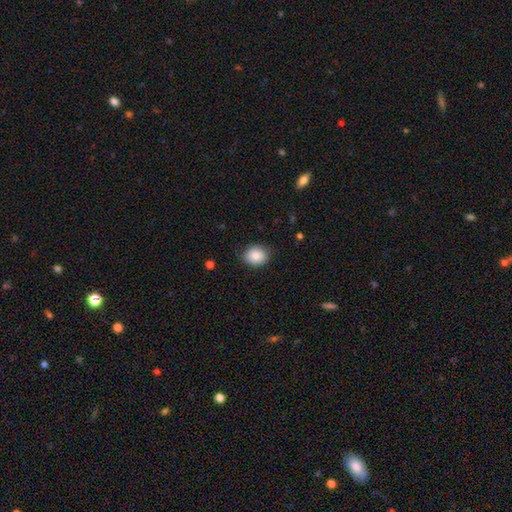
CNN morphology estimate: This appears to be a smooth galaxy with no disk features (88%) that is round (58%). Merging: none (83%).